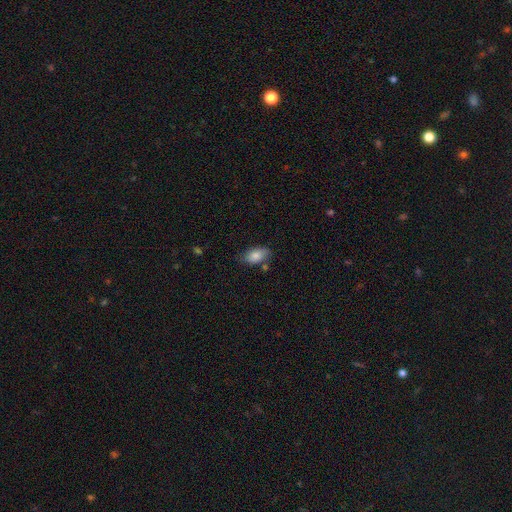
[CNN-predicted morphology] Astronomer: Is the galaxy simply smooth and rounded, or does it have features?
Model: smooth — 83%.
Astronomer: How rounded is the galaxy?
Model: in between — 92%.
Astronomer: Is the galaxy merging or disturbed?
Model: none — 71%.